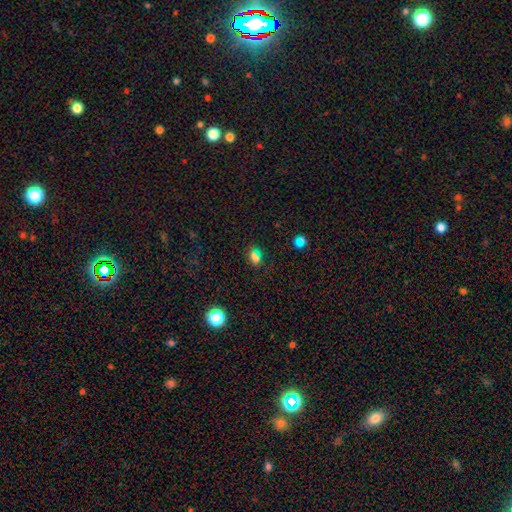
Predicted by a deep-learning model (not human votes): A smooth galaxy with no disk features (71%) that is in between round and cigar-shaped (70%). Merging: none (82%).